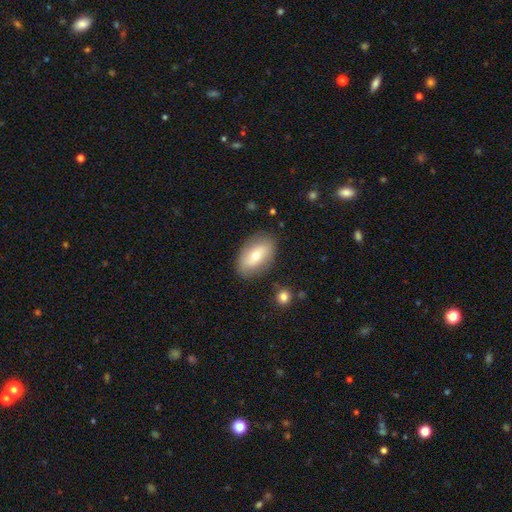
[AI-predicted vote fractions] Smooth or featured? Predicted: smooth (p=0.62). How rounded? Predicted: in between (p=0.91). Merging? Predicted: none (p=0.81).